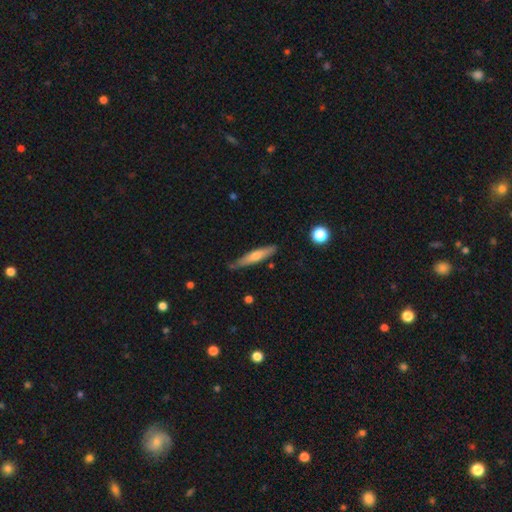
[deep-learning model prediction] Smooth or featured? Predicted: smooth (p=0.49). Merging? Predicted: none (p=0.82).